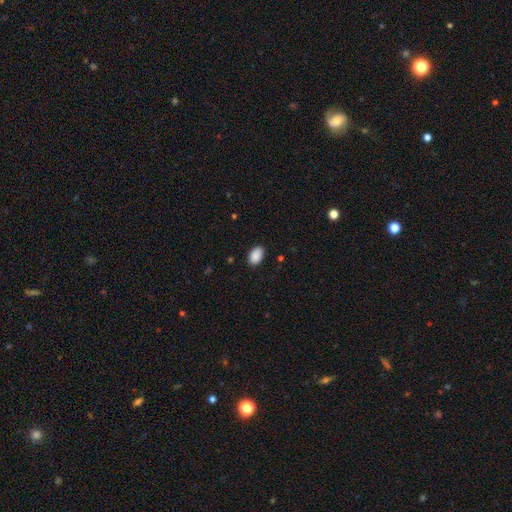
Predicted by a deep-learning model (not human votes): A smooth galaxy with no disk features (90%) that is in between round and cigar-shaped (89%). Merging: none (86%).